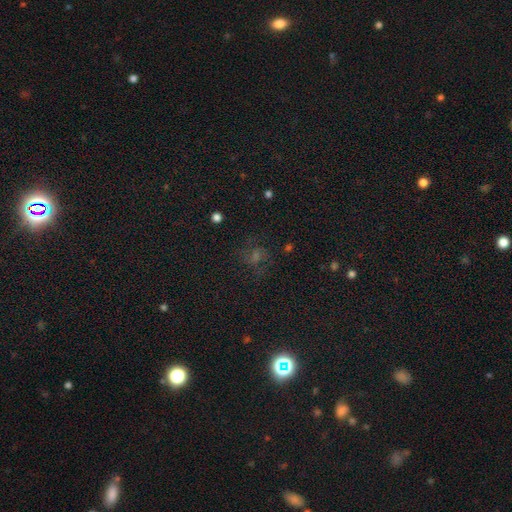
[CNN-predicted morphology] The model was most divided on "smooth or featured": star or artifact: 43%, featured or disk: 29%, smooth: 28%.